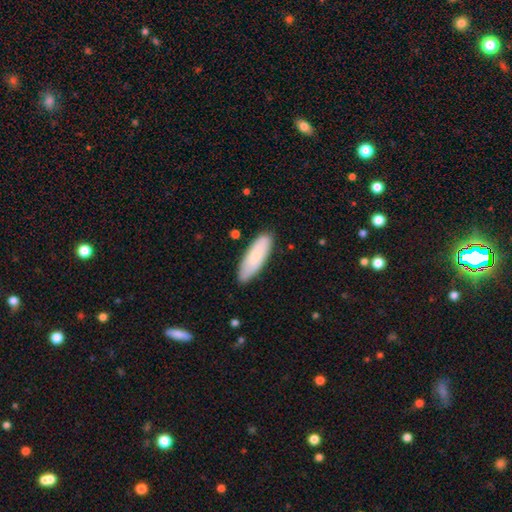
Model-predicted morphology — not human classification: smooth_or_featured: smooth (p=0.81) [alt: featured or disk p=0.13]
how_rounded: in between (p=0.51) [alt: cigar-shaped p=0.47]
merging: none (p=0.86) [alt: minor disturbance p=0.11]